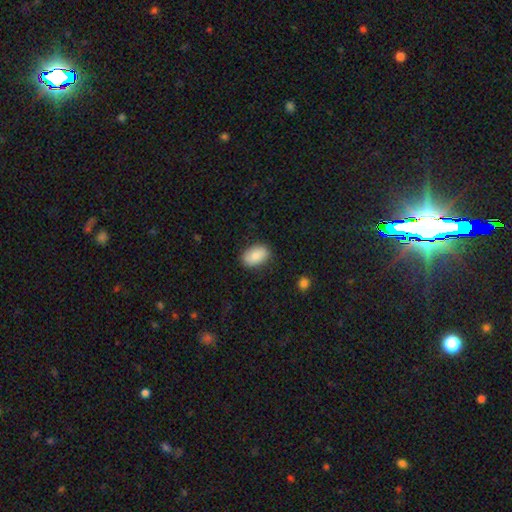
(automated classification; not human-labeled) Smooth or featured: smooth — 87% (featured or disk — 7%)
How rounded: in between — 91% (round — 8%)
Merging: none — 86% (minor disturbance — 10%)